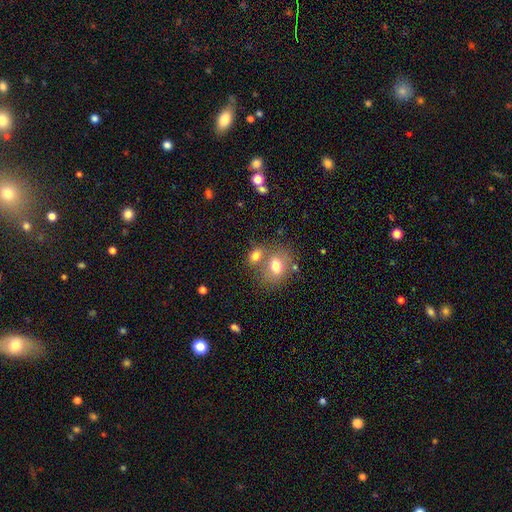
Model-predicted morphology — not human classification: smooth-or-featured: smooth: 75% | featured or disk: 14% | star or artifact: 11%
  how-rounded: in between: 58% | round: 41% | cigar-shaped: 2%
  merging: none: 46% | merger: 37% | minor disturbance: 11% | major disturbance: 5%